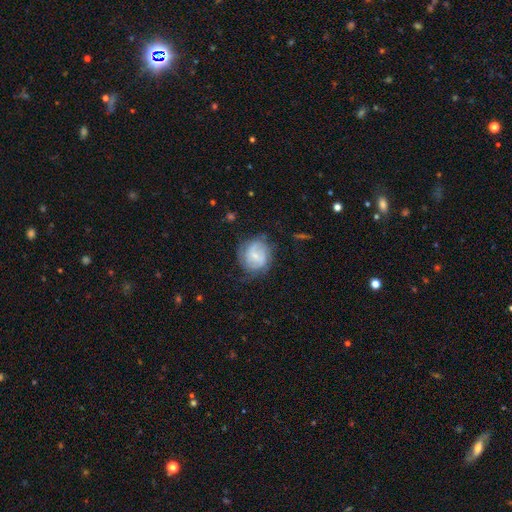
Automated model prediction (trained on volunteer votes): Smooth or featured? featured or disk (56%)
Edge-on disk? no (97%)
Bar? weak (49%)
Spiral arms? yes (77%)
Bulge size? small (66%)
Merging? none (62%)